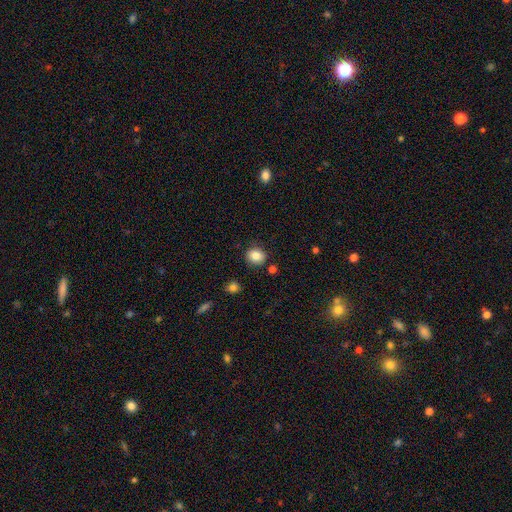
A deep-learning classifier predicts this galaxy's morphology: Smooth or featured? smooth (84%)
How rounded? round (77%)
Merging? none (85%)